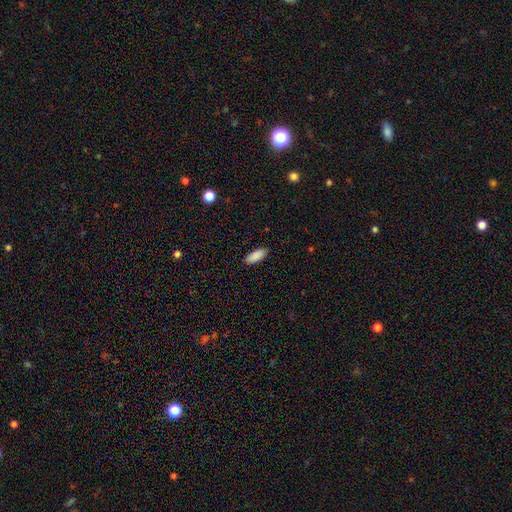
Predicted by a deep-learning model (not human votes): Morphology: type=smooth (90%); roundness=in between (79%); merging=none (89%).